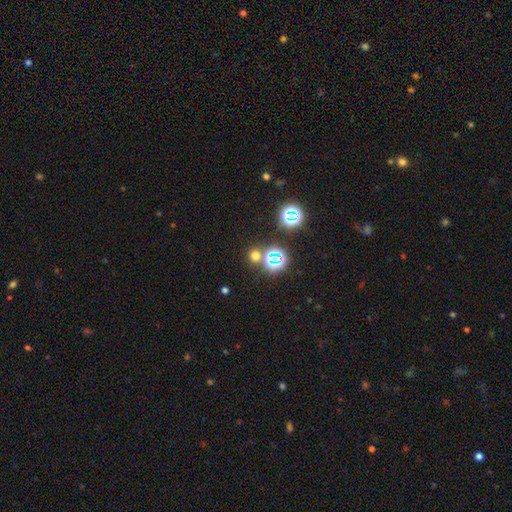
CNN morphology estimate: smooth_or_featured: smooth (p=0.56) [alt: star or artifact p=0.38]
how_rounded: round (p=0.89) [alt: in between p=0.10]
merging: none (p=0.76) [alt: merger p=0.14]